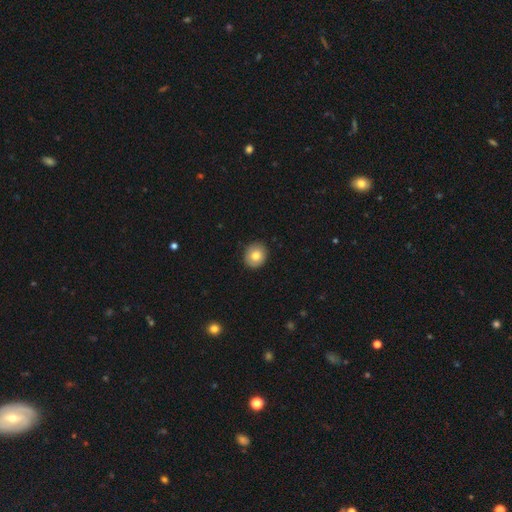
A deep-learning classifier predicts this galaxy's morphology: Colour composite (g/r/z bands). It shows a smooth galaxy with no disk features (79%) that is round (79%). Merging: none (89%).